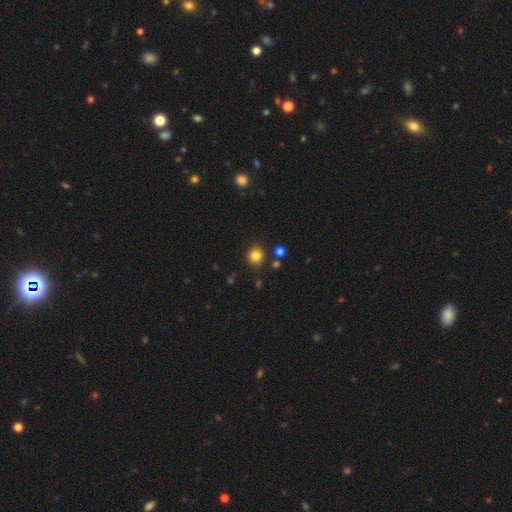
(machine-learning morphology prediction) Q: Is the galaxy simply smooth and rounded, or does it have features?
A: smooth — 83%.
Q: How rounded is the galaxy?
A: round — 84%.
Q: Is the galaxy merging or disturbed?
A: none — 87%.